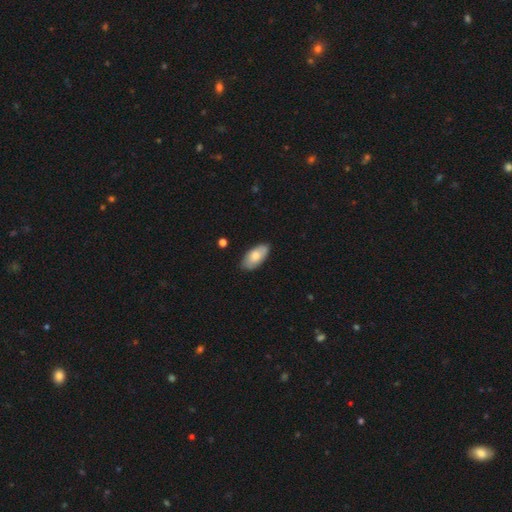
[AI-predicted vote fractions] smooth 75%, featured or disk 19%, star or artifact 6%. Down the decision tree: how rounded — in between (94%); merging — none (84%).